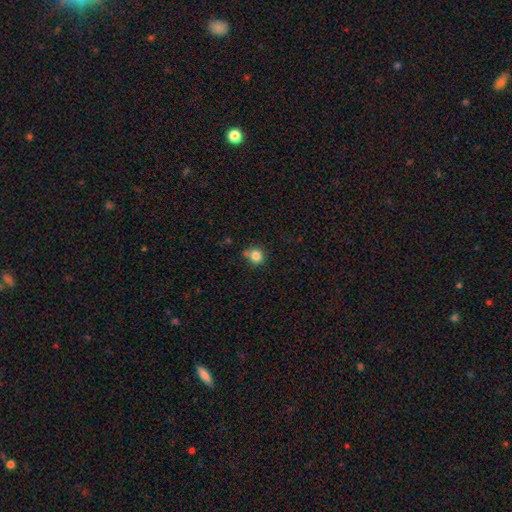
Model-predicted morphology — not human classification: smooth-or-featured: smooth: 83% | star or artifact: 11% | featured or disk: 5%
  how-rounded: round: 88% | in between: 11% | cigar-shaped: 1%
  merging: none: 69% | minor disturbance: 15% | merger: 12% | major disturbance: 4%